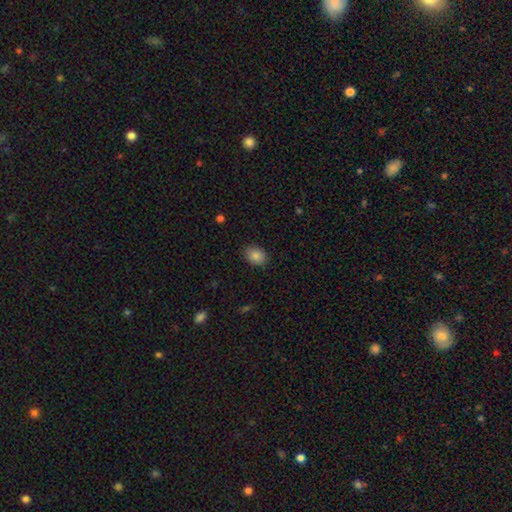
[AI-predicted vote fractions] smooth 86%, star or artifact 8%, featured or disk 6%. Down the decision tree: how rounded — in between (67%); merging — none (87%).